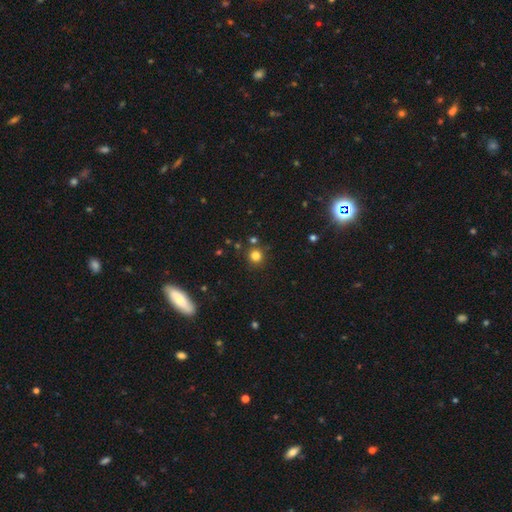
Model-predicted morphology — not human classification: A smooth galaxy with no disk features (80%) that is round (93%). Merging: none (84%).